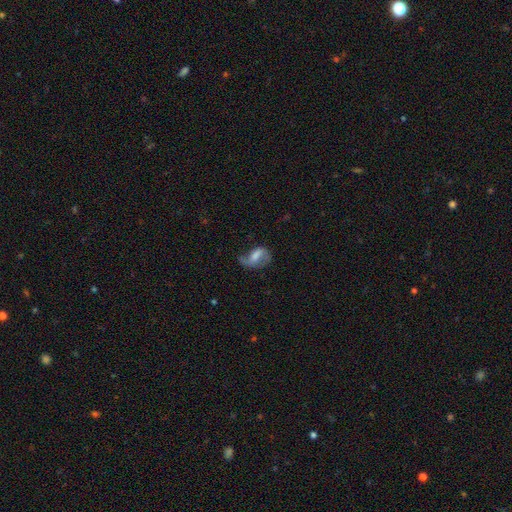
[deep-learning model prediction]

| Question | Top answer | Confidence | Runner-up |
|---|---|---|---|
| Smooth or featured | featured or disk | 64% | smooth (28%) |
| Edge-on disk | no | 96% | yes (4%) |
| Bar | weak | 47% | strong (28%) |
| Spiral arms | yes | 86% | no (14%) |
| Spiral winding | loose | 58% | medium (33%) |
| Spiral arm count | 2 | 73% | 1 (18%) |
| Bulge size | moderate | 34% | small (25%) |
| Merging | none | 47% | minor disturbance (26%) |